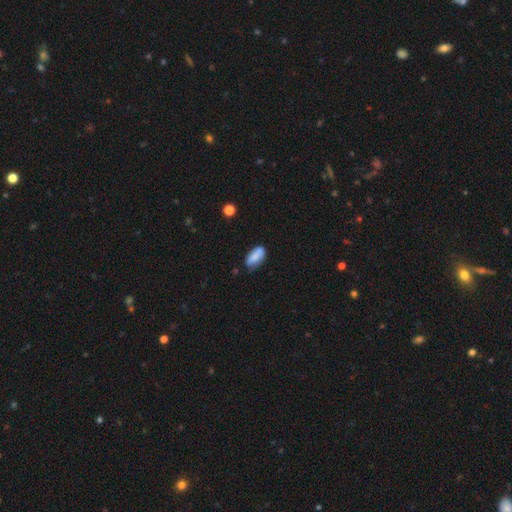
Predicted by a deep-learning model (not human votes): The model was most divided on "merging": none: 61%, minor disturbance: 29%, major disturbance: 6%, merger: 4%. More confident: how rounded — in between (88%); smooth or featured — smooth (78%).